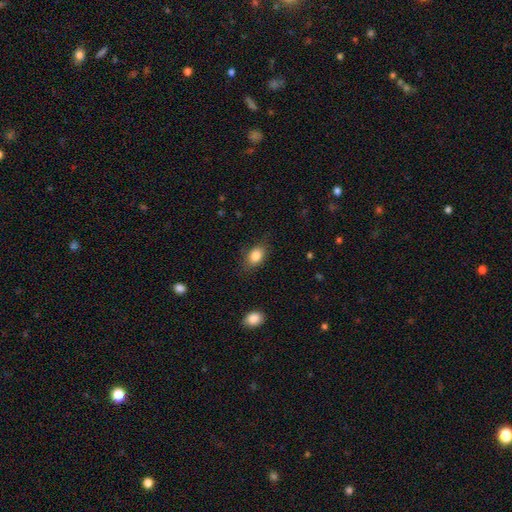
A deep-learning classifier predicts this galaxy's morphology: Smooth or featured? Predicted: smooth (p=0.85). How rounded? Predicted: in between (p=0.81). Merging? Predicted: none (p=0.78).